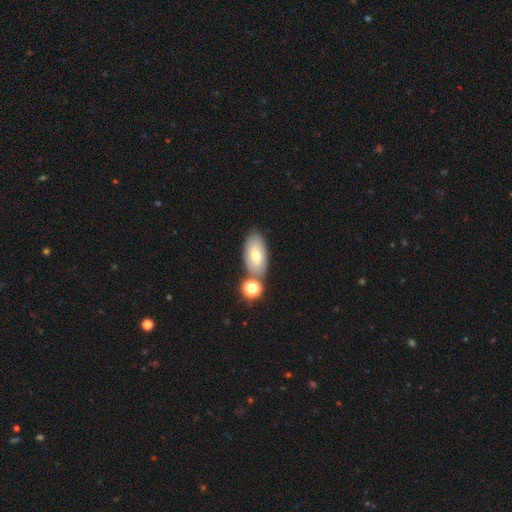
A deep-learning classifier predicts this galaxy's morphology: This appears to be a smooth galaxy with no disk features (64%) that is in between round and cigar-shaped (91%). Merging: none (65%).